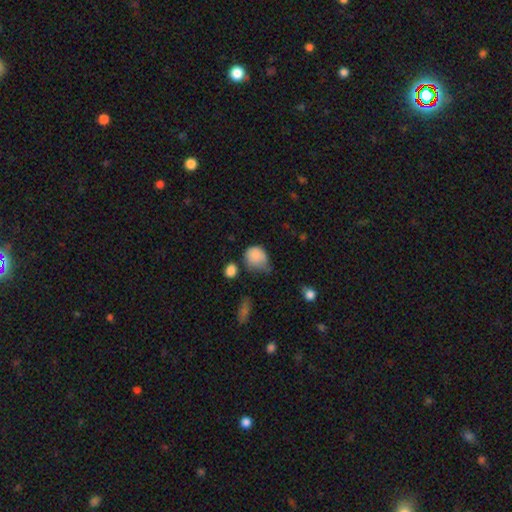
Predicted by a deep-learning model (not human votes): Smooth or featured: smooth — 82% (star or artifact — 9%)
How rounded: round — 59% (in between — 40%)
Merging: minor disturbance — 44% (none — 30%)